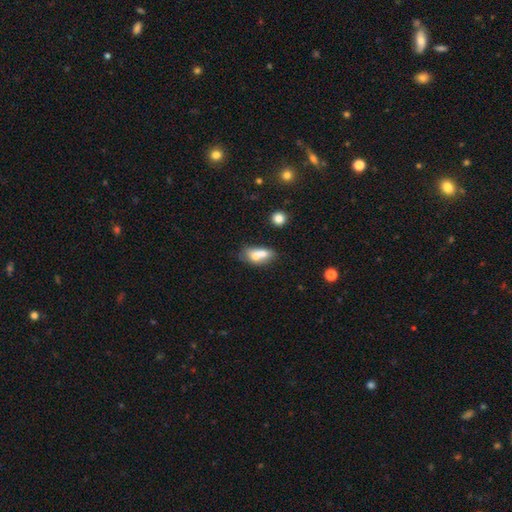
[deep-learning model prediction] smooth 67%, featured or disk 23%, star or artifact 10%. Down the decision tree: how rounded — in between (79%); merging — merger (48%).